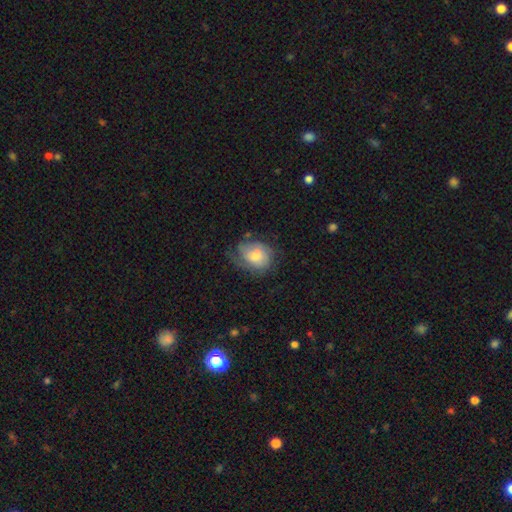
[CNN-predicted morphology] This is possibly a smooth galaxy (53%). How rounded: possibly in between (53%). Merging: possibly none (47%).